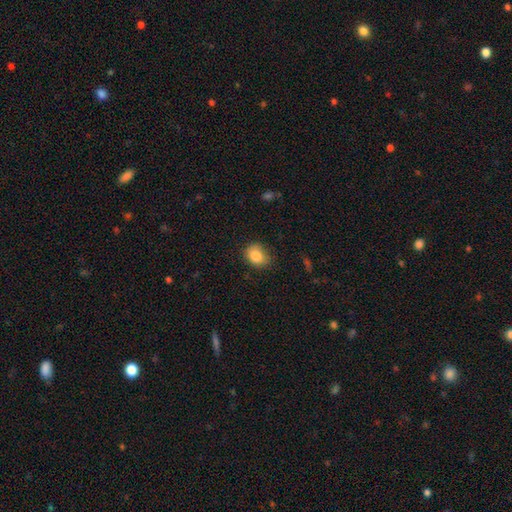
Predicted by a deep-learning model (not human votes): Smooth or featured: smooth — 84% (star or artifact — 9%)
How rounded: in between — 50% (round — 49%)
Merging: none — 71% (minor disturbance — 22%)